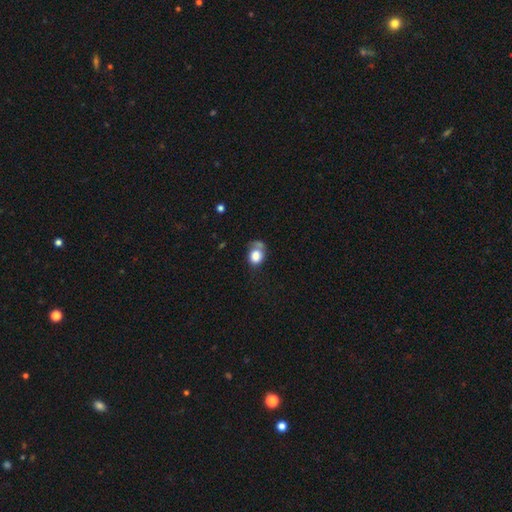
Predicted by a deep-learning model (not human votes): Smooth or featured: smooth — 77% (featured or disk — 14%)
How rounded: round — 50% (in between — 49%)
Merging: none — 33% (major disturbance — 23%)